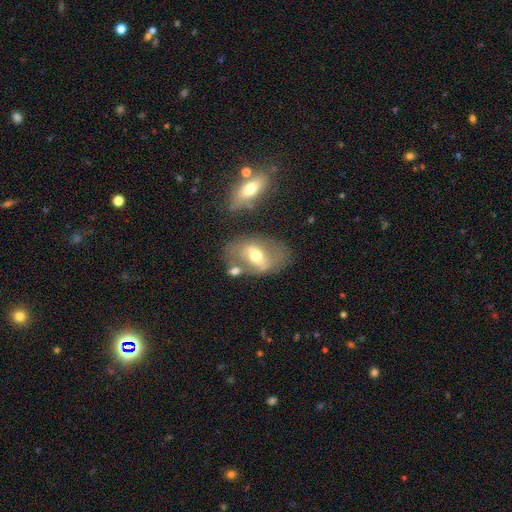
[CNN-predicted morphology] Overall: featured or disk (62%; smooth 30%). Edge-on disk: no (86%). Bar: strong (45%; weak 35%). Spiral arms: no (63%; yes 37%). Bulge size: moderate (70%). Merging: none (53%; minor disturbance 19%).